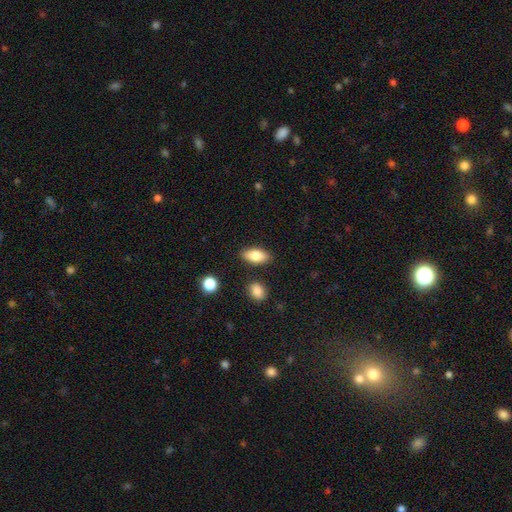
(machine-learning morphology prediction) Smooth or featured?
  - smooth: 80% *
  - featured or disk: 13%
  - star or artifact: 7%
How rounded?
  - in between: 87% *
  - cigar-shaped: 9%
  - round: 4%
Merging?
  - none: 84% *
  - minor disturbance: 10%
  - merger: 3%
  - major disturbance: 2%